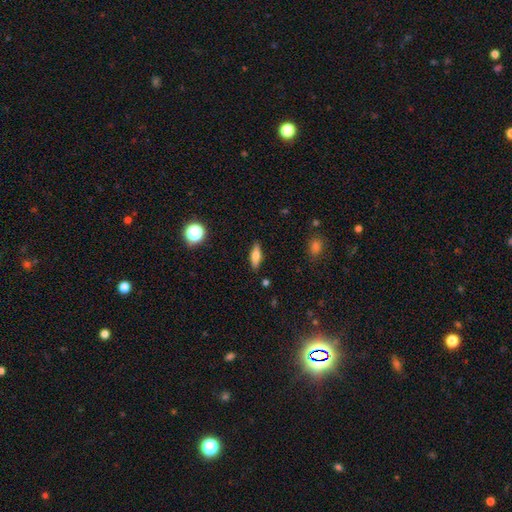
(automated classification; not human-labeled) Smooth or featured?
  - smooth: 68% *
  - featured or disk: 24%
  - star or artifact: 8%
How rounded?
  - in between: 50% *
  - cigar-shaped: 46%
  - round: 3%
Merging?
  - none: 87% *
  - minor disturbance: 9%
  - major disturbance: 2%
  - merger: 1%